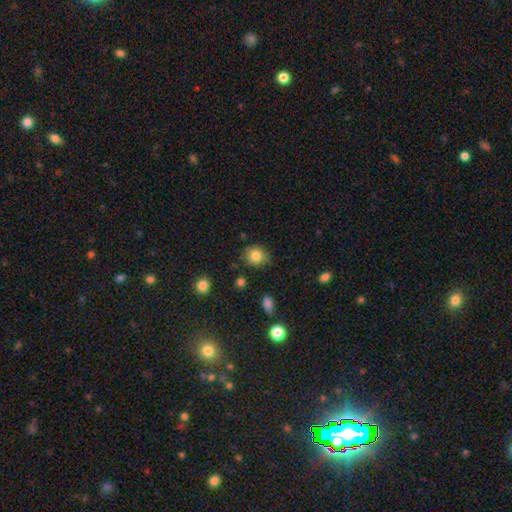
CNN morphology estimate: smooth_or_featured: smooth (p=0.82) [alt: star or artifact p=0.10]
how_rounded: round (p=0.81) [alt: in between p=0.18]
merging: none (p=0.83) [alt: minor disturbance p=0.13]